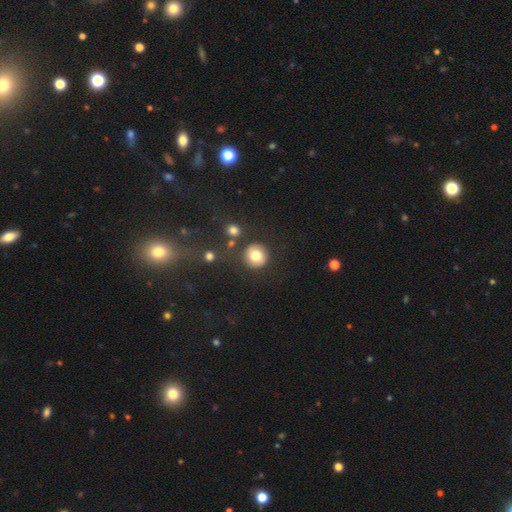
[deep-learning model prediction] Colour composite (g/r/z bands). It shows a smooth galaxy with no disk features (77%) that is round (92%). Merging: none (83%).